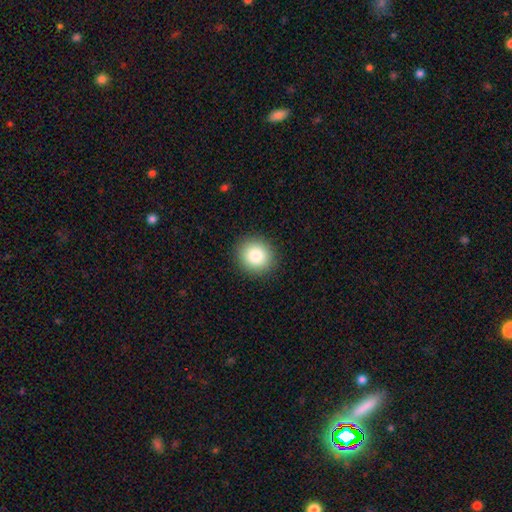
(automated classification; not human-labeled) Smooth or featured? smooth (84%)
How rounded? round (87%)
Merging? none (91%)